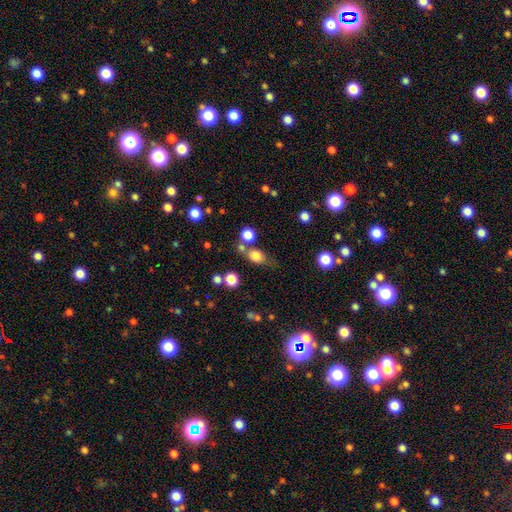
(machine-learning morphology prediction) Q: Smooth or featured?
A: smooth (78%); runner-up: star or artifact (13%)
Q: How rounded?
A: round (53%); runner-up: in between (44%)
Q: Merging?
A: none (58%); runner-up: merger (19%)